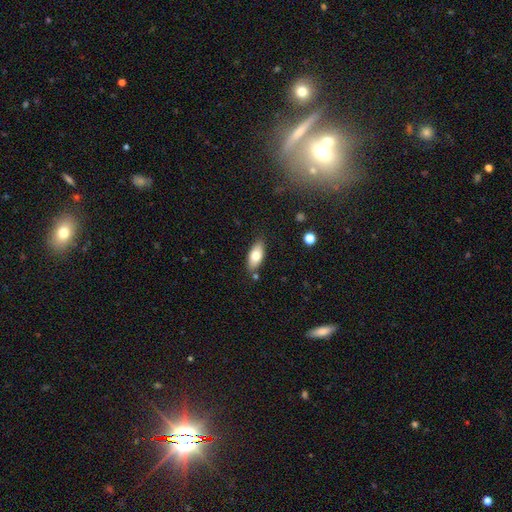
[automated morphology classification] The model was most divided on "smooth or featured": smooth: 76%, featured or disk: 18%, star or artifact: 7%. More confident: how rounded — in between (86%); merging — none (82%).